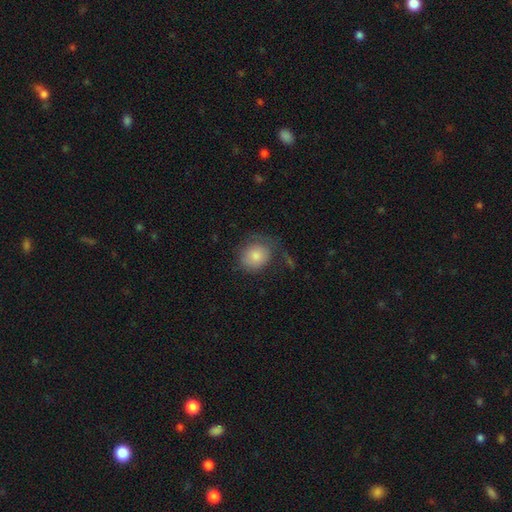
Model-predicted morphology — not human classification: The model was most divided on "merging": none: 54%, minor disturbance: 24%, major disturbance: 20%, merger: 3%. More confident: smooth or featured — smooth (75%); how rounded — round (71%).